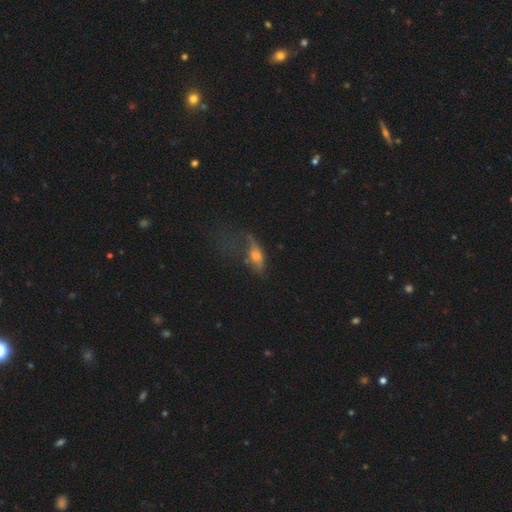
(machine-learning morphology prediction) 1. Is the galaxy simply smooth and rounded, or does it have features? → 53% smooth, 34% featured or disk, 13% star or artifact.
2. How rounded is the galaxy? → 60% in between, 32% cigar-shaped, 8% round.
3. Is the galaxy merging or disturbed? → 44% major disturbance, 28% none, 23% minor disturbance, 4% merger.